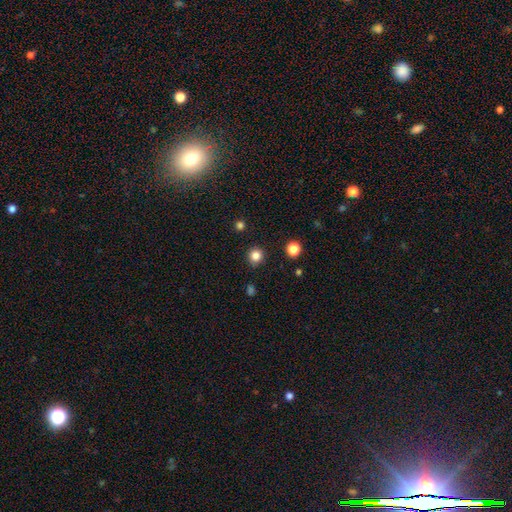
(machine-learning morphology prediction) smooth 83%, star or artifact 13%, featured or disk 4%. Down the decision tree: how rounded — round (94%); merging — none (91%).